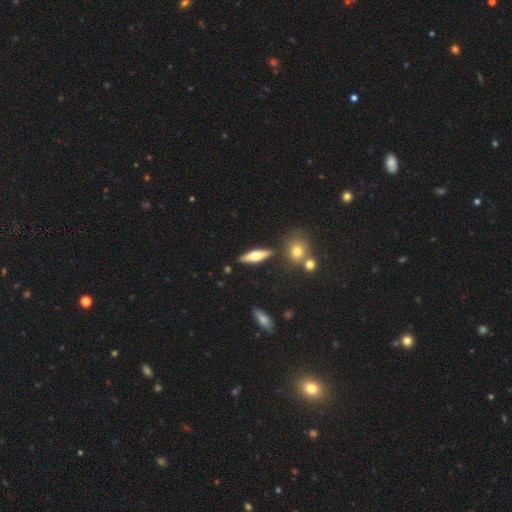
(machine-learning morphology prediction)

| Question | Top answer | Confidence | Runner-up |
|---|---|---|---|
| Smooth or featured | featured or disk | 47% | tied: smooth (47%) |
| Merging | none | 84% | minor disturbance (9%) |